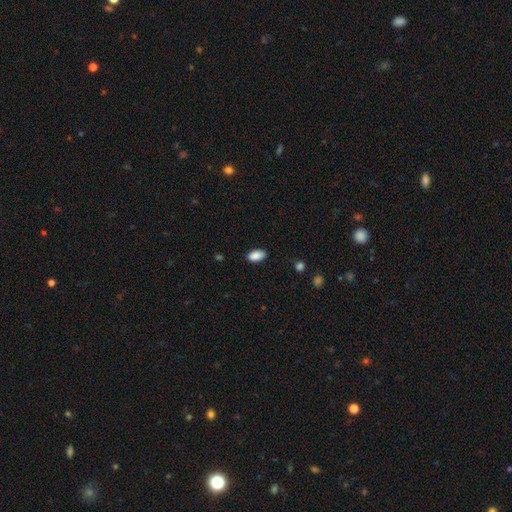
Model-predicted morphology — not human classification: This is clearly a smooth galaxy (89%). How rounded: clearly in between (94%). Merging: clearly none (83%).